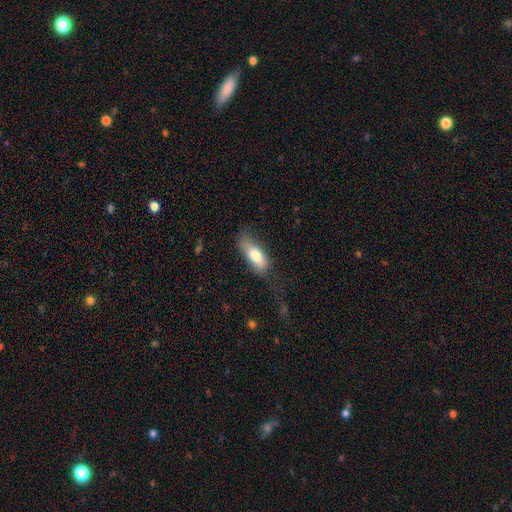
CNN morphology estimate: smooth_or_featured: smooth (p=0.77) [alt: featured or disk p=0.16]
how_rounded: in between (p=0.79) [alt: cigar-shaped p=0.18]
merging: none (p=0.47) [alt: minor disturbance p=0.31]